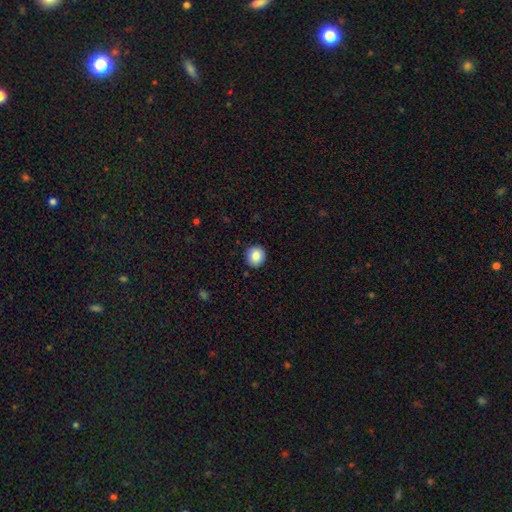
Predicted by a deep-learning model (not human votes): This is clearly a smooth galaxy (86%). How rounded: clearly round (91%). Merging: clearly none (91%).